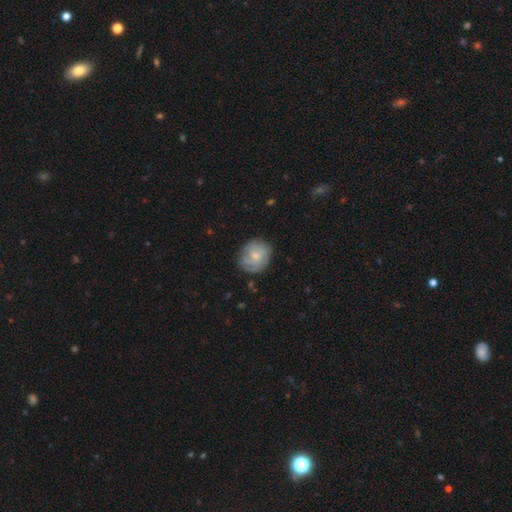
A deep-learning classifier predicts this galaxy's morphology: The model was most divided on "smooth or featured": featured or disk: 50%, smooth: 43%, star or artifact: 7%. More confident: merging — none (72%).